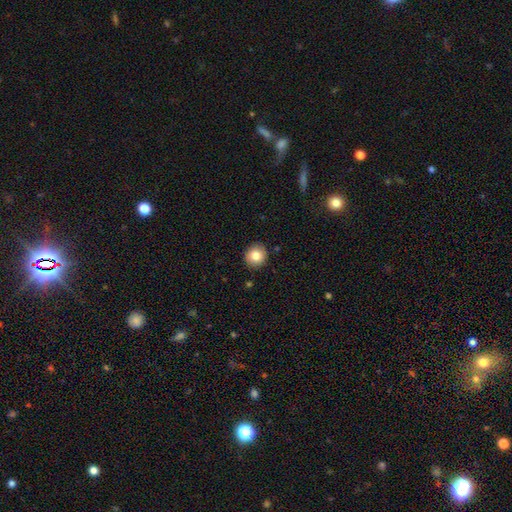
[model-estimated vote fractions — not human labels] Smooth or featured? smooth (82%)
How rounded? round (87%)
Merging? none (90%)